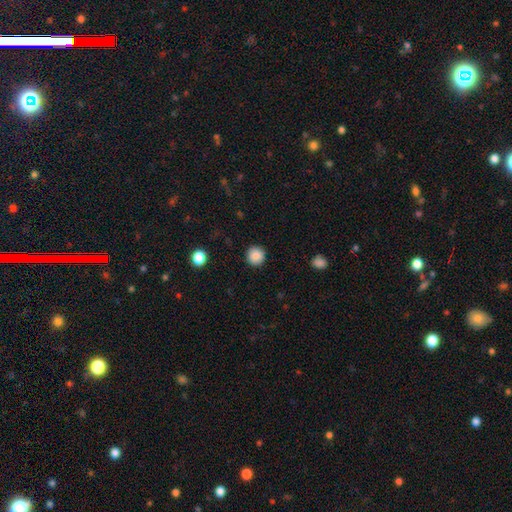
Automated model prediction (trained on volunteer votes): This appears to be a smooth galaxy with no disk features (87%) that is round (94%). Merging: none (91%).